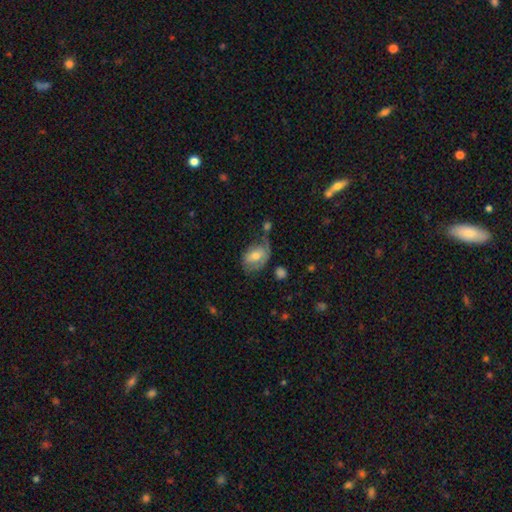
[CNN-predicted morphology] Smooth or featured?
  - smooth: 56% *
  - featured or disk: 37%
  - star or artifact: 7%
How rounded?
  - in between: 76% *
  - round: 22%
  - cigar-shaped: 1%
Merging?
  - none: 39% *
  - minor disturbance: 28%
  - major disturbance: 23%
  - merger: 9%